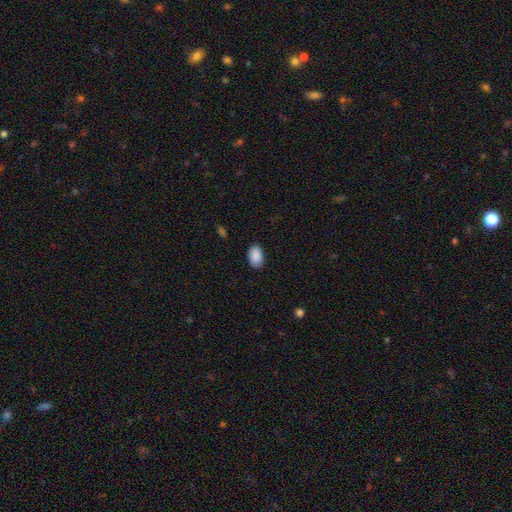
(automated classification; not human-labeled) Smooth or featured? Predicted: smooth (p=0.90). How rounded? Predicted: in between (p=0.91). Merging? Predicted: none (p=0.86).